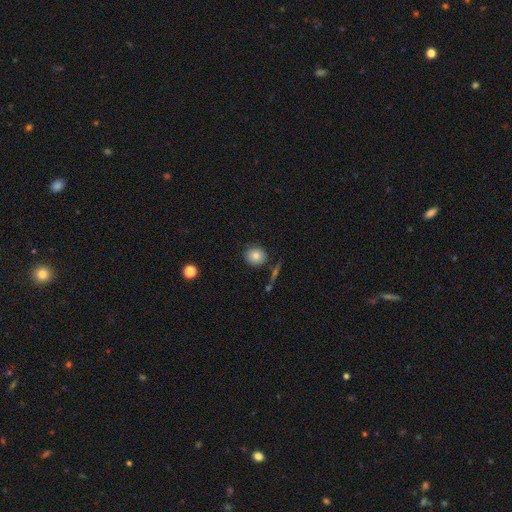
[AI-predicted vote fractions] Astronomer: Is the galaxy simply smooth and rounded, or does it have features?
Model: smooth — 80%.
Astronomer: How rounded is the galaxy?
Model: round — 82%.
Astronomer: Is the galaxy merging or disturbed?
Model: none — 80%.